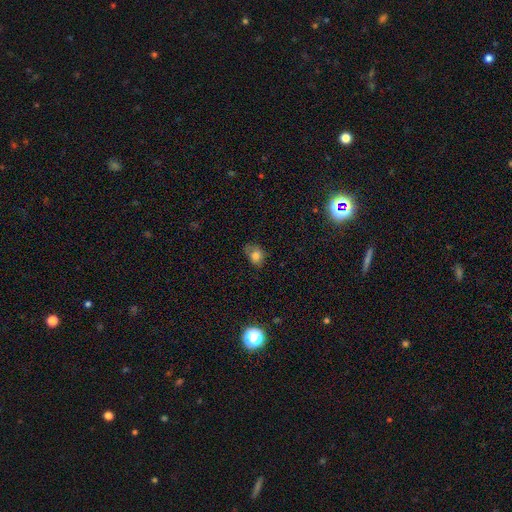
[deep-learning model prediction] The model was most divided on "how rounded": in between: 54%, round: 45%, cigar-shaped: 1%. Remaining: smooth or featured — smooth (77%); merging — none (48%).